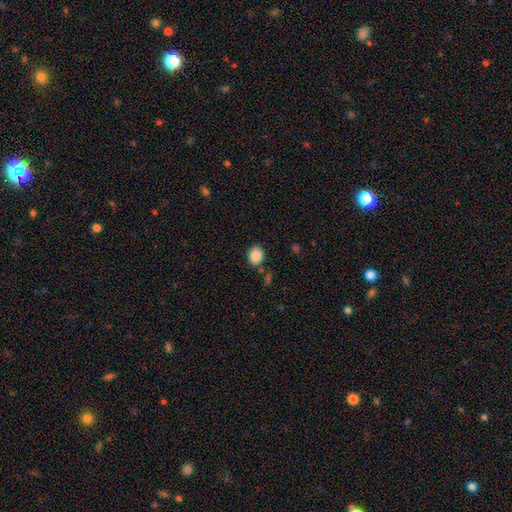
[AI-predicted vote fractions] This appears to be a smooth galaxy with no disk features (87%) that is round (62%). Merging: none (82%).